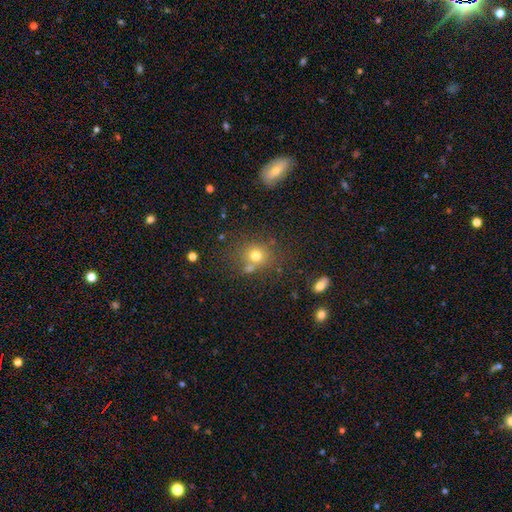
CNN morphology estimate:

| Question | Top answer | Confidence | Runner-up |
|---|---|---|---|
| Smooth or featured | smooth | 72% | star or artifact (17%) |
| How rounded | round | 78% | in between (21%) |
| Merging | none | 65% | merger (18%) |